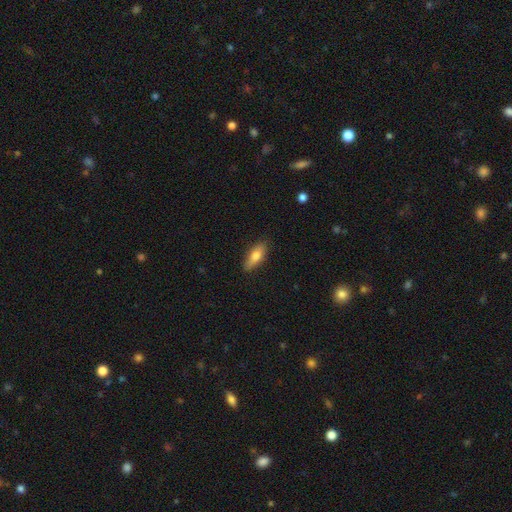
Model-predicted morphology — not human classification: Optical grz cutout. It shows a smooth galaxy with no disk features (72%) that is in between round and cigar-shaped (65%). Merging: none (82%).